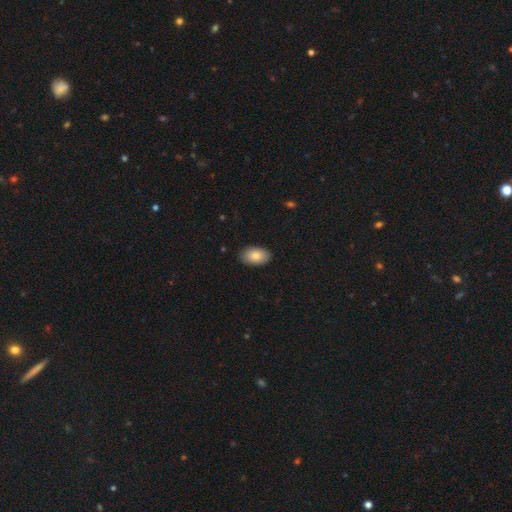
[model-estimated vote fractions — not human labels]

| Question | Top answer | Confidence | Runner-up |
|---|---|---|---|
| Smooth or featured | smooth | 85% | featured or disk (8%) |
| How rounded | in between | 93% | round (6%) |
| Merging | none | 88% | minor disturbance (9%) |